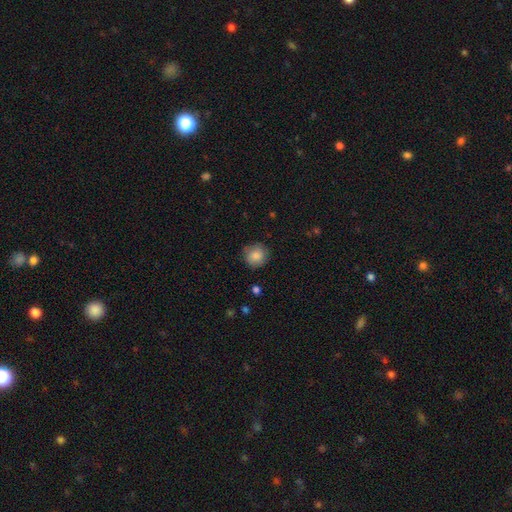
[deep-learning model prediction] The model was most divided on "merging": none: 81%, minor disturbance: 14%, major disturbance: 3%, merger: 1%. More confident: how rounded — round (89%); smooth or featured — smooth (85%).